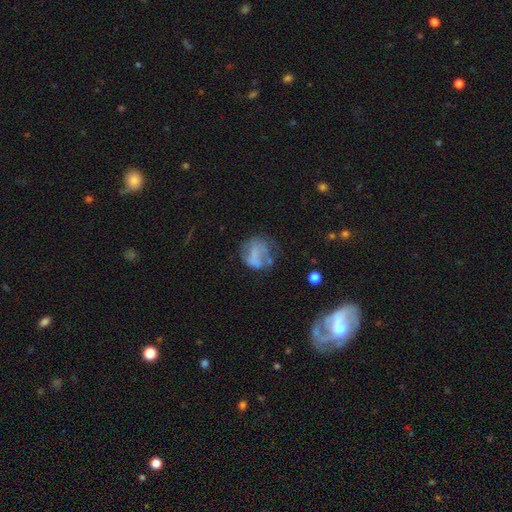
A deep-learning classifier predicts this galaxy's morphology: Smooth or featured? smooth (48%)
Merging? none (40%)